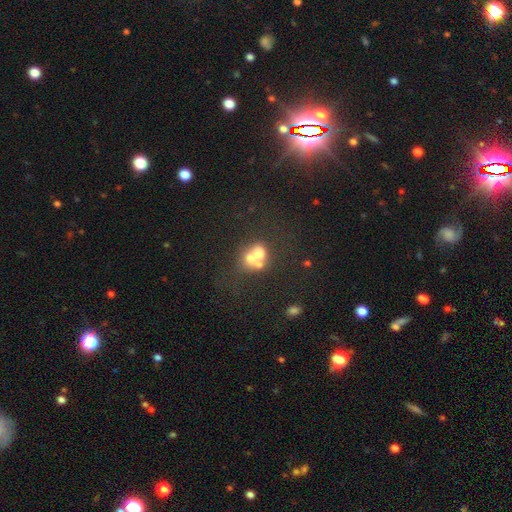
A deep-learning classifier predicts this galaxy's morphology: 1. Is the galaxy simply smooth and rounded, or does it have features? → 52% smooth, 33% featured or disk, 15% star or artifact.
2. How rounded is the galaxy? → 64% round, 35% in between, 1% cigar-shaped.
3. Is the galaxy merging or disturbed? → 62% merger, 25% none, 7% minor disturbance, 6% major disturbance.